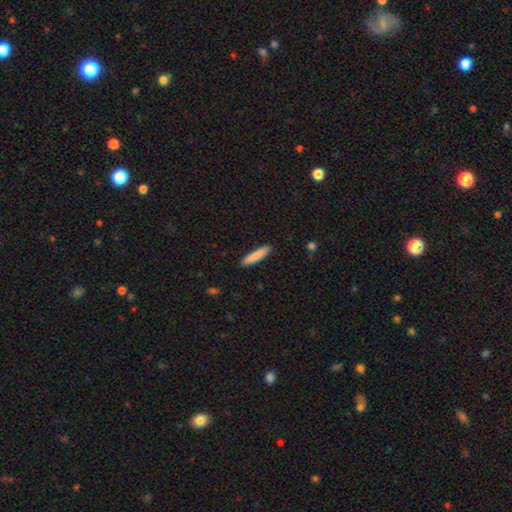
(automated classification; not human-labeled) Morphology: type=smooth (85%); roundness=cigar-shaped (88%); merging=none (89%).